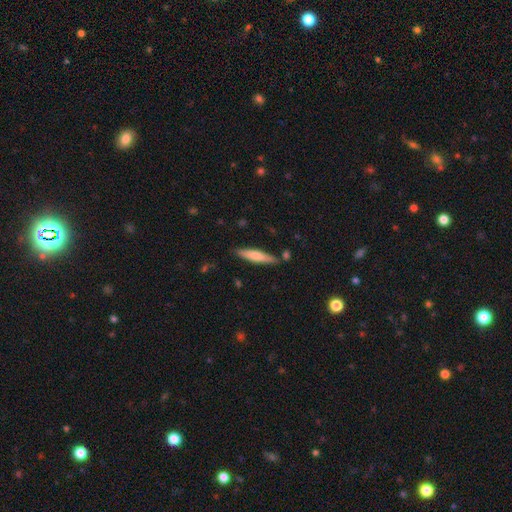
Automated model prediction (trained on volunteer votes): Morphology: type=smooth (64%); roundness=cigar-shaped (87%); merging=none (84%).